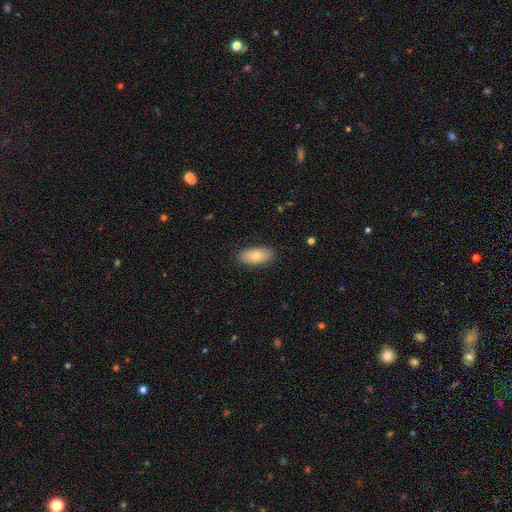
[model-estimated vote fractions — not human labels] Smooth or featured? Predicted: smooth (p=0.72). How rounded? Predicted: in between (p=0.90). Merging? Predicted: none (p=0.87).